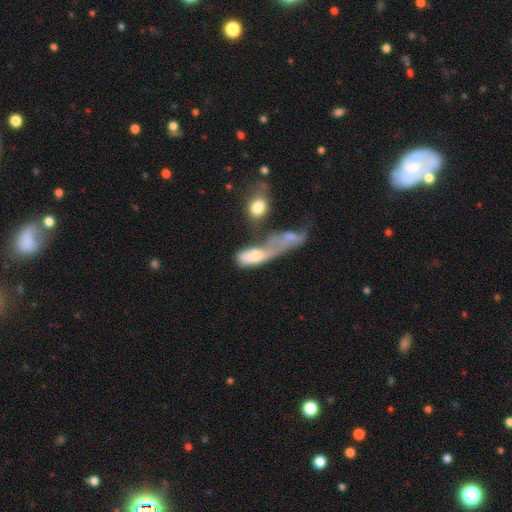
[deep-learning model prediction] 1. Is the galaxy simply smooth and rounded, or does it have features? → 56% smooth, 34% featured or disk, 10% star or artifact.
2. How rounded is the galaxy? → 67% in between, 25% cigar-shaped, 8% round.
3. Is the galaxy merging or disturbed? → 53% merger, 28% major disturbance, 10% none, 9% minor disturbance.